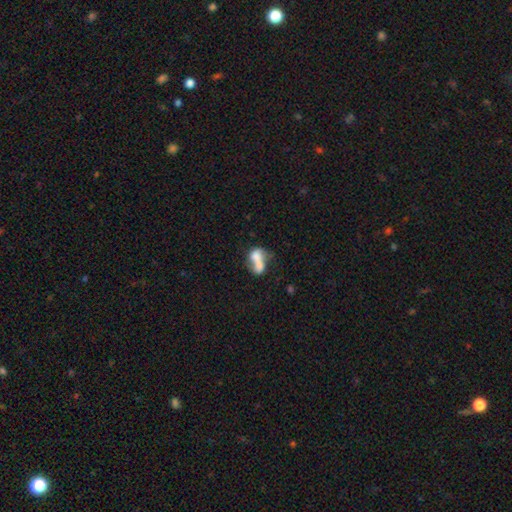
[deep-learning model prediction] This is possibly a smooth galaxy (59%). How rounded: likely in between (74%). Merging: likely merger (66%).